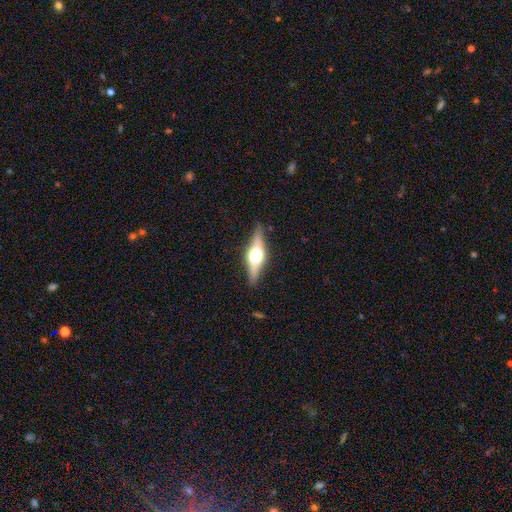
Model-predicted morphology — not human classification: smooth_or_featured: featured or disk (p=0.71) [alt: smooth p=0.22]
disk_edge_on: yes (p=0.96) [alt: no p=0.04]
edge_on_bulge: rounded (p=0.94) [alt: boxy p=0.04]
merging: none (p=0.86) [alt: minor disturbance p=0.10]